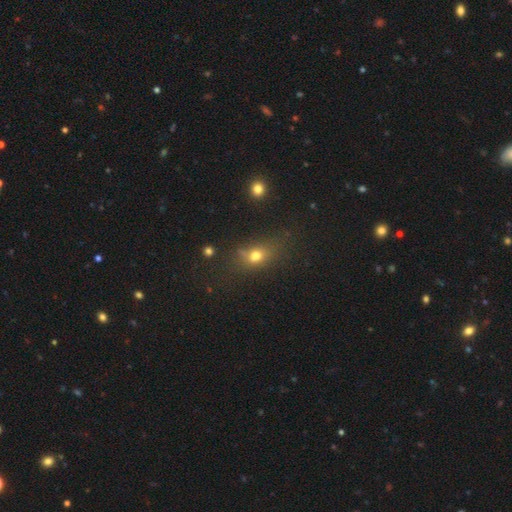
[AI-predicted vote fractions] smooth-or-featured: smooth: 69% | star or artifact: 17% | featured or disk: 13%
  how-rounded: in between: 62% | round: 30% | cigar-shaped: 8%
  merging: none: 57% | minor disturbance: 22% | major disturbance: 14% | merger: 7%